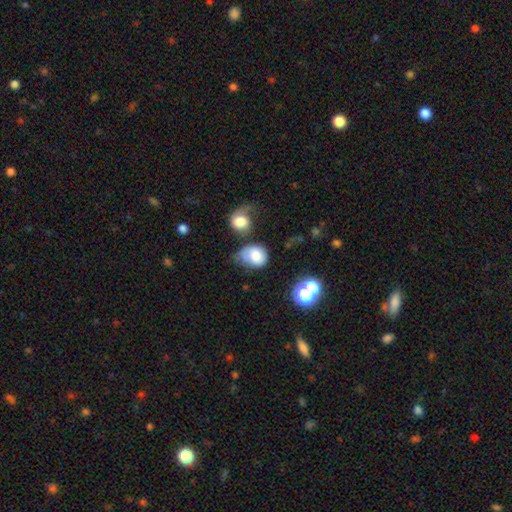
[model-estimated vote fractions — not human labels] Morphology: type=smooth (73%); roundness=round (52%); merging=minor disturbance (29%).